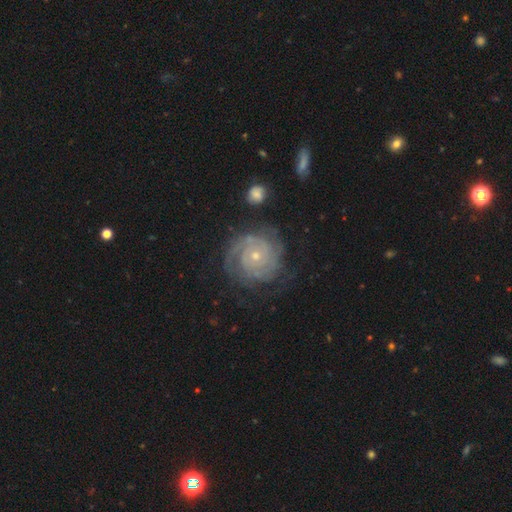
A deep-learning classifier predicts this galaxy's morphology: Smooth or featured: featured or disk — 86% (smooth — 9%)
Edge-on disk: no — 98% (yes — 2%)
Bar: no — 80% (weak — 16%)
Spiral arms: yes — 96% (no — 4%)
Spiral winding: tight — 77% (medium — 19%)
Spiral arm count: can't tell — 28% (2 — 26%)
Bulge size: small — 71% (moderate — 25%)
Merging: none — 72% (minor disturbance — 17%)